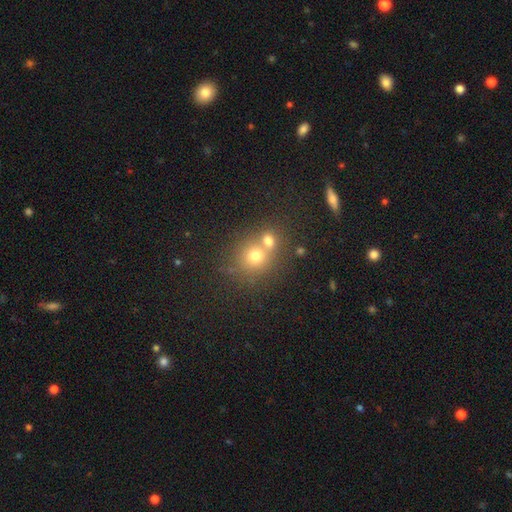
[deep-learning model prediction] smooth 68%, star or artifact 16%, featured or disk 15%. Down the decision tree: how rounded — round (83%); merging — merger (50%).